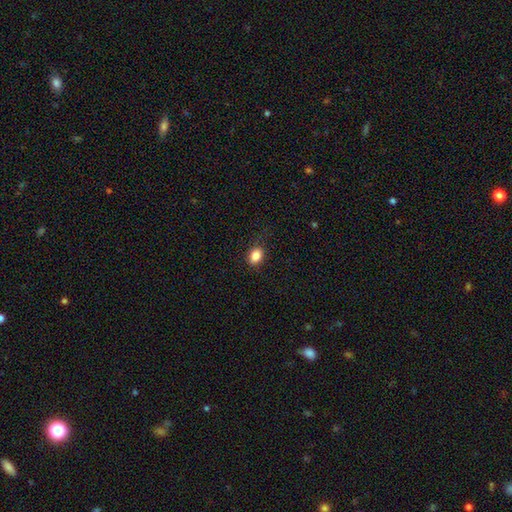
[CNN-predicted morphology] A smooth galaxy with no disk features (85%) that is in between round and cigar-shaped (71%).

Vote fractions:
- Smooth or featured? smooth: 85% / star or artifact: 9% / featured or disk: 5%
- How rounded? in between: 71% / round: 28% / cigar-shaped: 1%
- Merging? none: 83% / minor disturbance: 13% / major disturbance: 3% / merger: 1%